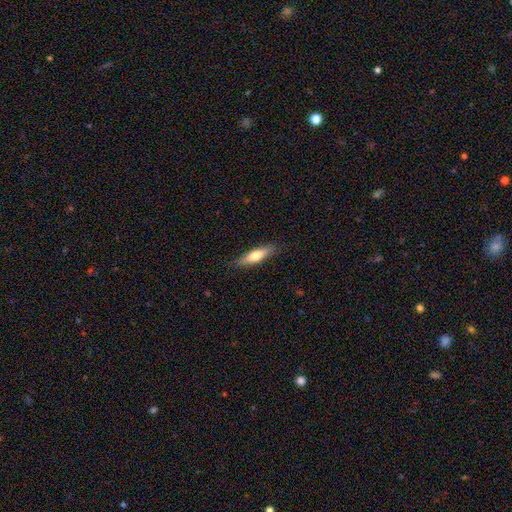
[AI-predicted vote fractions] smooth_or_featured: smooth (p=0.63) [alt: featured or disk p=0.32]
how_rounded: cigar-shaped (p=0.68) [alt: in between p=0.30]
merging: none (p=0.86) [alt: minor disturbance p=0.11]